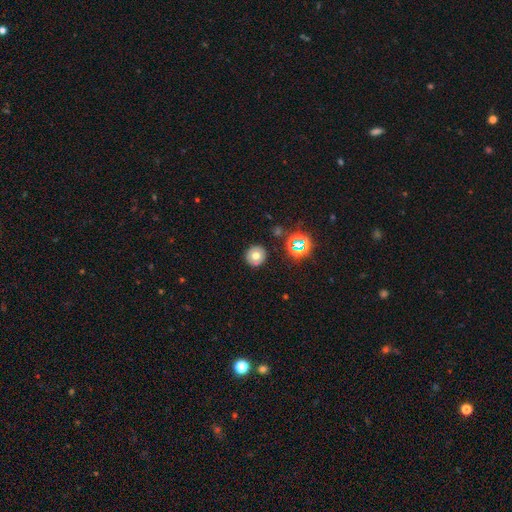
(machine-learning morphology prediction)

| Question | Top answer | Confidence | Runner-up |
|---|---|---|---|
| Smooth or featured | smooth | 64% | featured or disk (20%) |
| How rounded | round | 91% | in between (8%) |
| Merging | none | 88% | minor disturbance (7%) |